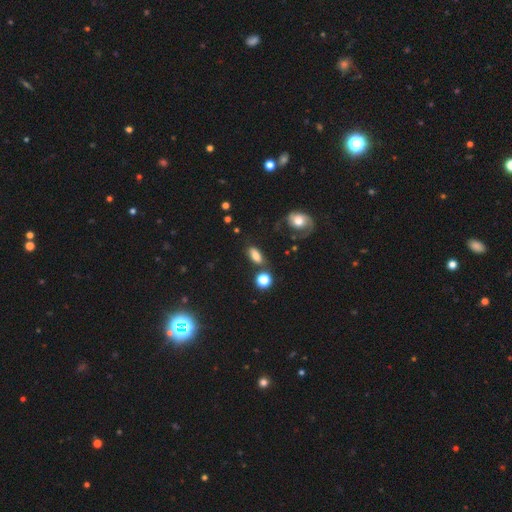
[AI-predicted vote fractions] smooth_or_featured: smooth (p=0.74) [alt: featured or disk p=0.14]
how_rounded: in between (p=0.81) [alt: cigar-shaped p=0.10]
merging: none (p=0.67) [alt: minor disturbance p=0.17]